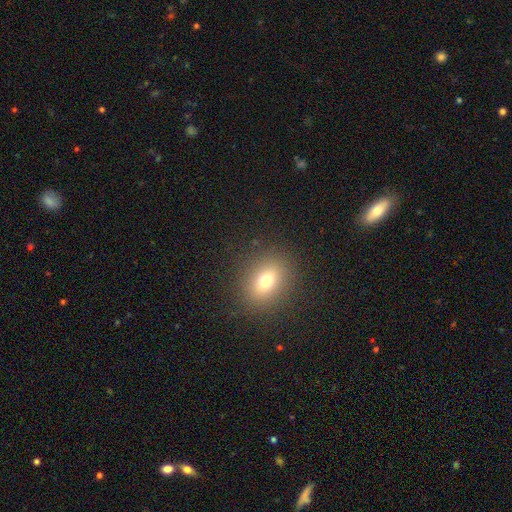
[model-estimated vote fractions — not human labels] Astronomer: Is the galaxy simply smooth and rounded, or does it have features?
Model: smooth — 69%.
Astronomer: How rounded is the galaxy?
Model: round — 50% (runner-up: in between, 48%).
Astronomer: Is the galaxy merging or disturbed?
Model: none — 91%.